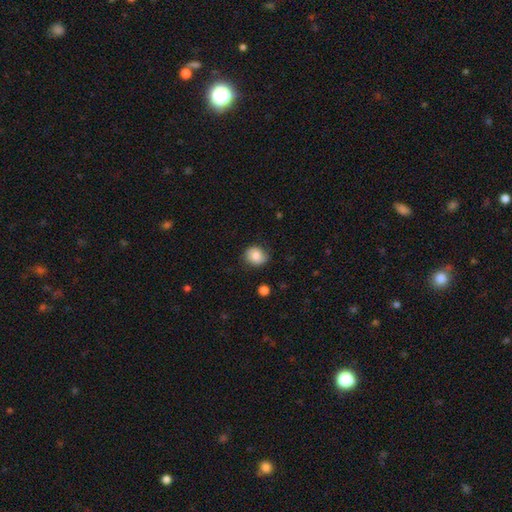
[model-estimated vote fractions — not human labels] Smooth or featured: smooth — 76% (featured or disk — 16%)
How rounded: round — 76% (in between — 23%)
Merging: none — 76% (minor disturbance — 19%)